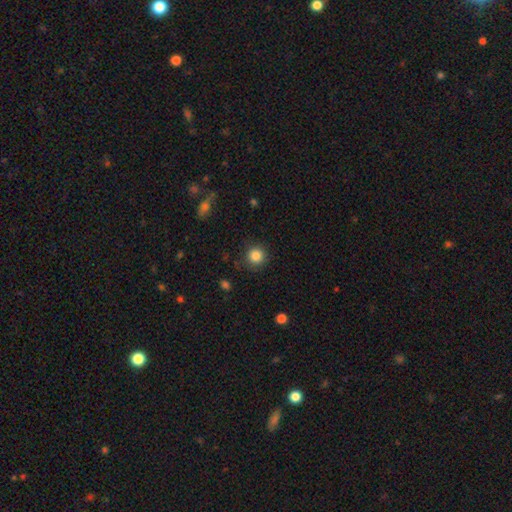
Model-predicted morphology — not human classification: The model was most divided on "smooth or featured": smooth: 84%, star or artifact: 11%, featured or disk: 5%. More confident: how rounded — round (94%); merging — none (87%).